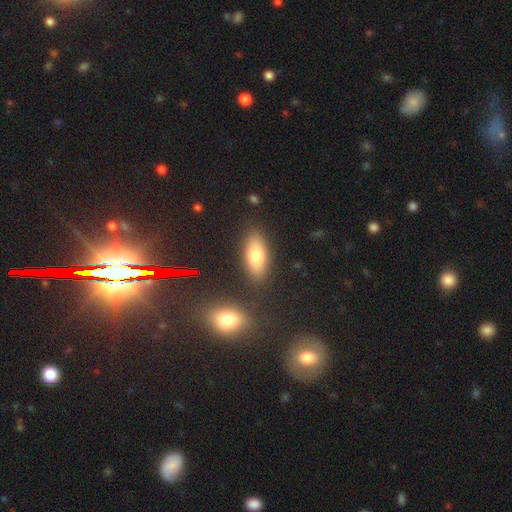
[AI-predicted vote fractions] Morphology: type=smooth (75%); roundness=in between (80%); merging=none (84%).